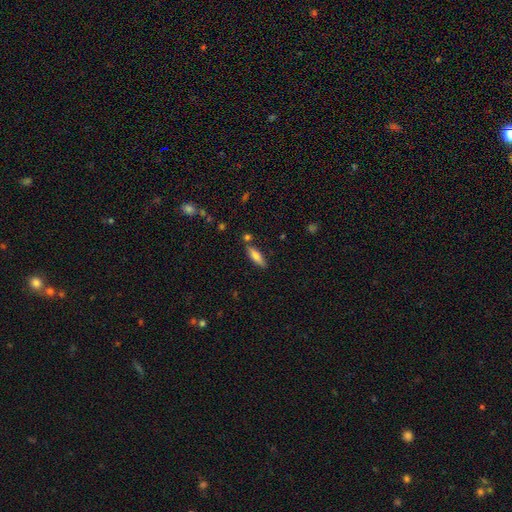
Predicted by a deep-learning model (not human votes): smooth_or_featured: smooth (p=0.71) [alt: featured or disk p=0.22]
how_rounded: cigar-shaped (p=0.55) [alt: in between p=0.43]
merging: none (p=0.78) [alt: minor disturbance p=0.12]